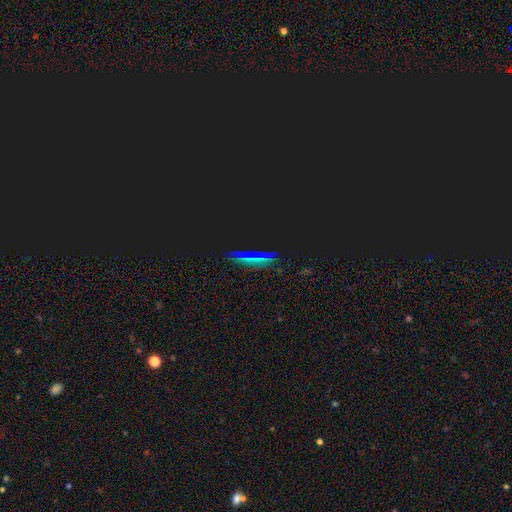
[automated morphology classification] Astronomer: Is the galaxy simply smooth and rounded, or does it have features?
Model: star or artifact — 56% (runner-up: smooth, 34%).